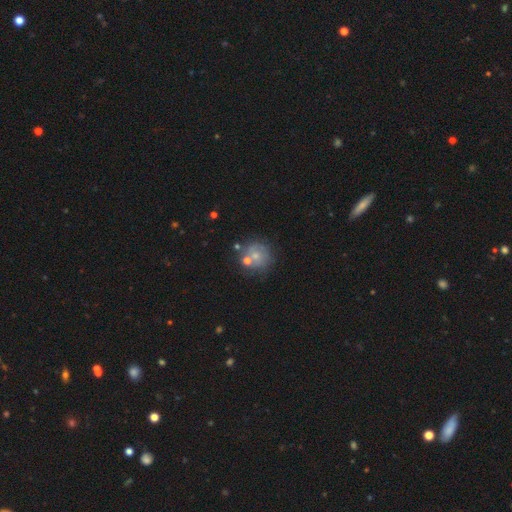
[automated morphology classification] A smooth galaxy with no disk features (50%). Merging: none (55%).